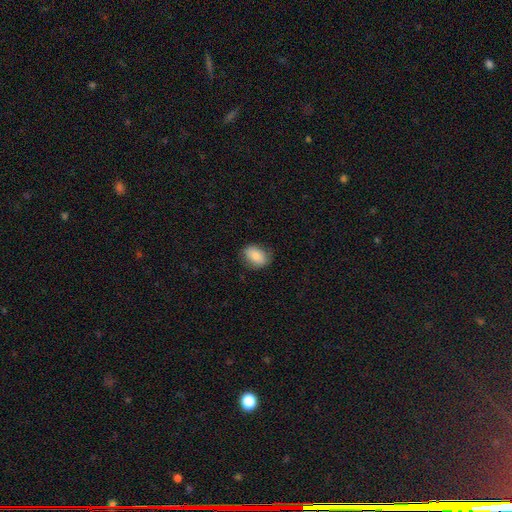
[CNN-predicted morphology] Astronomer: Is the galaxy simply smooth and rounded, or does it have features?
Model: smooth — 82%.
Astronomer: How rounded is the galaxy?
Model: in between — 78%.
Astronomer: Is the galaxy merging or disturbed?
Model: none — 79%.